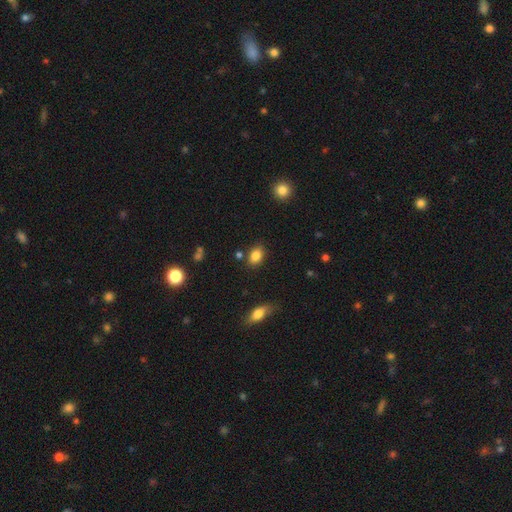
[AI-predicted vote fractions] A smooth galaxy with no disk features (84%) that is in between round and cigar-shaped (75%).

Vote fractions:
- Smooth or featured? smooth: 84% / star or artifact: 10% / featured or disk: 6%
- How rounded? in between: 75% / round: 24% / cigar-shaped: 2%
- Merging? none: 81% / minor disturbance: 11% / merger: 5% / major disturbance: 3%